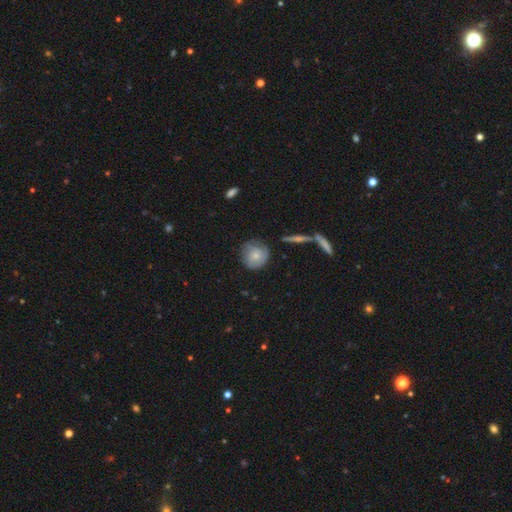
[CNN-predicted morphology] Smooth or featured? smooth (60%)
How rounded? round (84%)
Merging? none (64%)